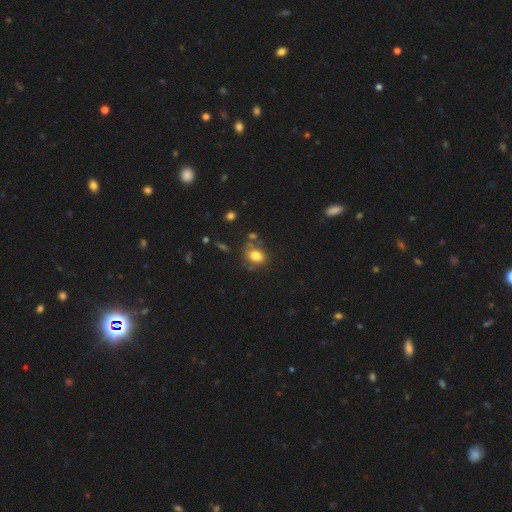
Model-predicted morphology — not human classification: smooth-or-featured: smooth: 79% | featured or disk: 11% | star or artifact: 10%
  how-rounded: in between: 75% | round: 24% | cigar-shaped: 1%
  merging: none: 62% | minor disturbance: 19% | merger: 12% | major disturbance: 6%